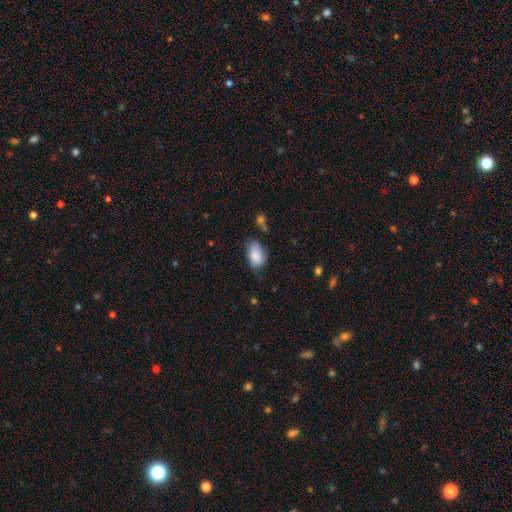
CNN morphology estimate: Smooth or featured? Predicted: smooth (p=0.84). How rounded? Predicted: in between (p=0.90). Merging? Predicted: none (p=0.52).